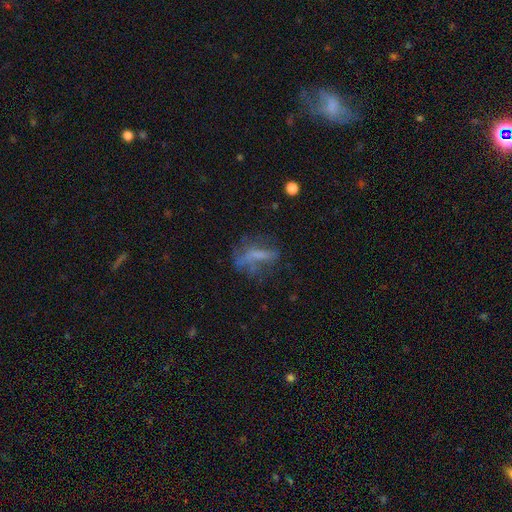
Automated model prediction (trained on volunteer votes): Smooth or featured? smooth (42%)
Merging? none (42%)